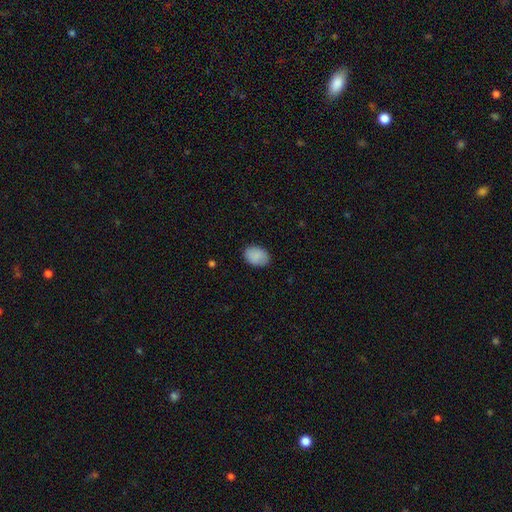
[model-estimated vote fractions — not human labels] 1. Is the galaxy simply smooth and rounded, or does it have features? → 89% smooth, 7% star or artifact, 4% featured or disk.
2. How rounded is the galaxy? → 81% in between, 18% round, 1% cigar-shaped.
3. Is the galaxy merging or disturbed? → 86% none, 11% minor disturbance, 2% major disturbance, 1% merger.